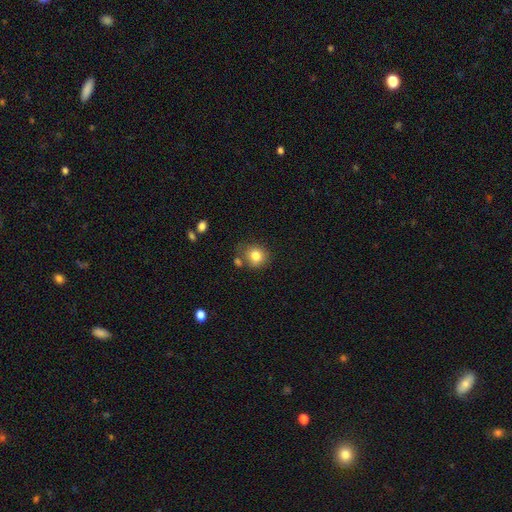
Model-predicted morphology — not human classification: This is clearly a smooth galaxy (82%). How rounded: clearly round (82%). Merging: likely none (70%).